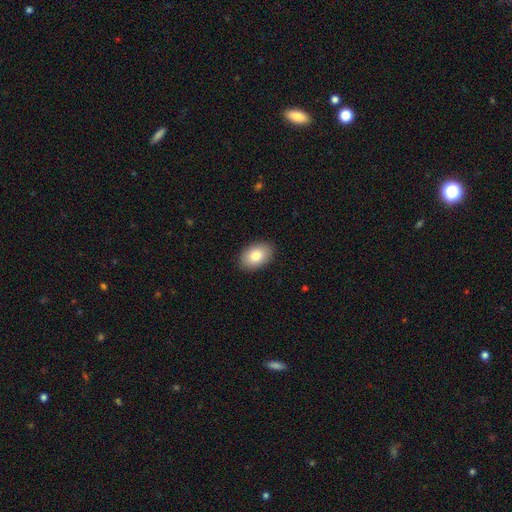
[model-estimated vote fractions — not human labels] The model was most divided on "smooth or featured": smooth: 82%, featured or disk: 11%, star or artifact: 7%. More confident: merging — none (89%); how rounded — in between (87%).